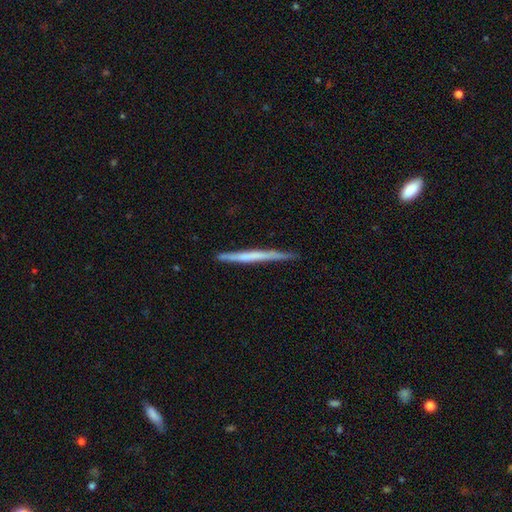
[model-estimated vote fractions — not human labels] This appears to be a featured or disk galaxy (50%) viewed edge-on (97%). Merging: none (87%).